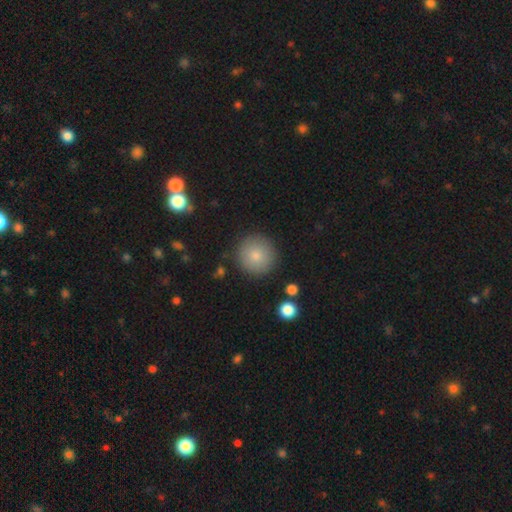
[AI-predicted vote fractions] This appears to be a smooth galaxy with no disk features (82%) that is round (95%). Merging: none (88%).